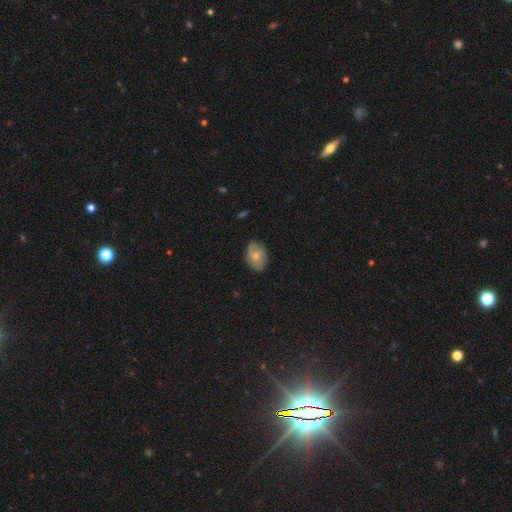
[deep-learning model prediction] This appears to be a smooth galaxy with no disk features (58%) that is in between round and cigar-shaped (75%). Merging: none (76%).